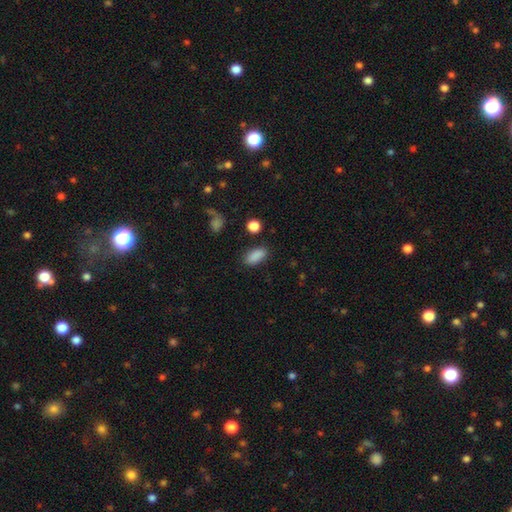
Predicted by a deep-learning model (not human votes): Q: Smooth or featured?
A: smooth (87%); runner-up: star or artifact (8%)
Q: How rounded?
A: in between (87%); runner-up: cigar-shaped (9%)
Q: Merging?
A: none (84%); runner-up: minor disturbance (11%)